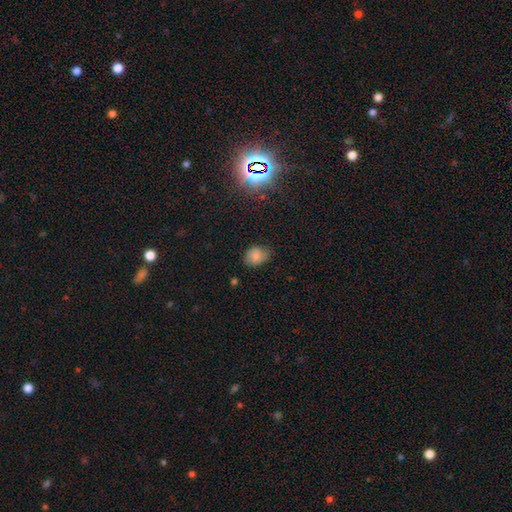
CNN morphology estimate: Smooth or featured? Predicted: smooth (p=0.82). How rounded? Predicted: in between (p=0.59). Merging? Predicted: none (p=0.69).